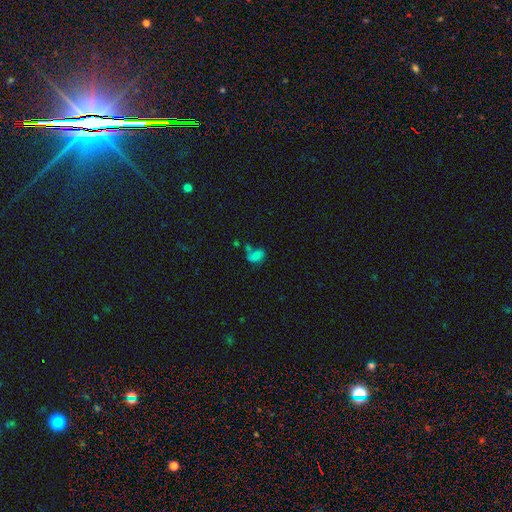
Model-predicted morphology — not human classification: Q: Smooth or featured?
A: smooth (66%); runner-up: star or artifact (19%)
Q: How rounded?
A: in between (79%); runner-up: round (19%)
Q: Merging?
A: none (35%); runner-up: merger (30%)